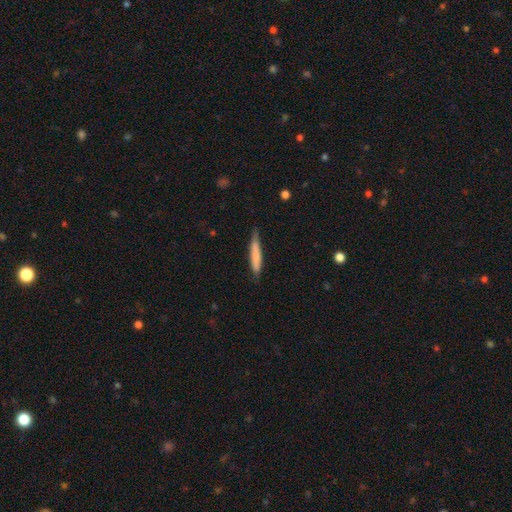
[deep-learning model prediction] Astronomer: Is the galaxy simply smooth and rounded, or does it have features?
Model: smooth — 74%.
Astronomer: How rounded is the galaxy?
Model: cigar-shaped — 91%.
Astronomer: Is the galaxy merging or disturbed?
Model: none — 75%.